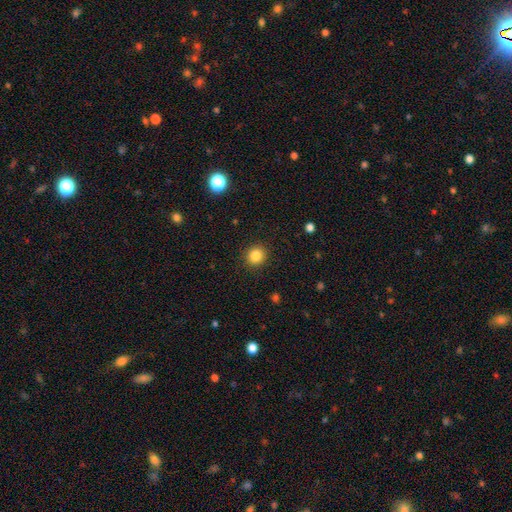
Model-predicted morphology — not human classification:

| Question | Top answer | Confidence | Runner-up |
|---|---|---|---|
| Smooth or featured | smooth | 84% | star or artifact (11%) |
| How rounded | round | 87% | in between (12%) |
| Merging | none | 91% | minor disturbance (6%) |